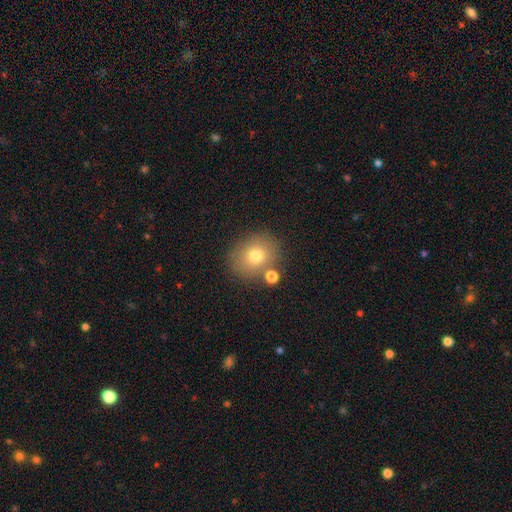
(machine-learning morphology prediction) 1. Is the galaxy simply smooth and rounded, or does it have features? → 73% smooth, 14% featured or disk, 13% star or artifact.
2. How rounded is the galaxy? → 68% round, 31% in between, 1% cigar-shaped.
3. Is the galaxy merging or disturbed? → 74% none, 11% merger, 11% minor disturbance, 4% major disturbance.